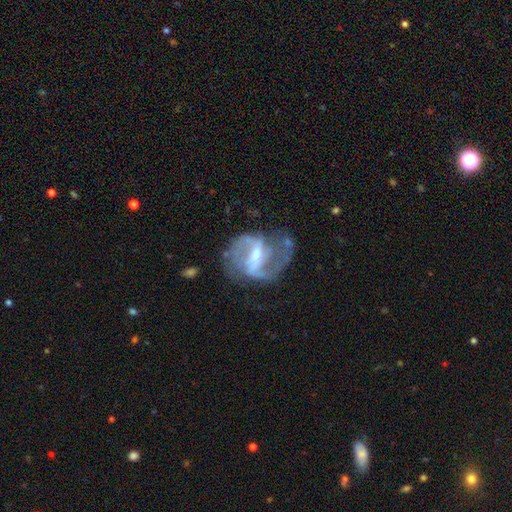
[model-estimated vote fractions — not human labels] smooth-or-featured: featured or disk: 88% | smooth: 6% | star or artifact: 6%
  disk-edge-on: no: 97% | yes: 3%
    bar: strong: 54% | weak: 38% | no: 8%
    has-spiral-arms: yes: 95% | no: 5%
      spiral-winding: medium: 55% | loose: 27% | tight: 18%
      spiral-arm-count: 2: 87% | can't tell: 5% | 1: 3% | 3: 2% | 4: 1% | more than 4: 1%
    bulge-size: moderate: 44% | small: 39% | none: 10% | large: 7% | dominant: 1%
  merging: none: 63% | minor disturbance: 20% | major disturbance: 14% | merger: 3%